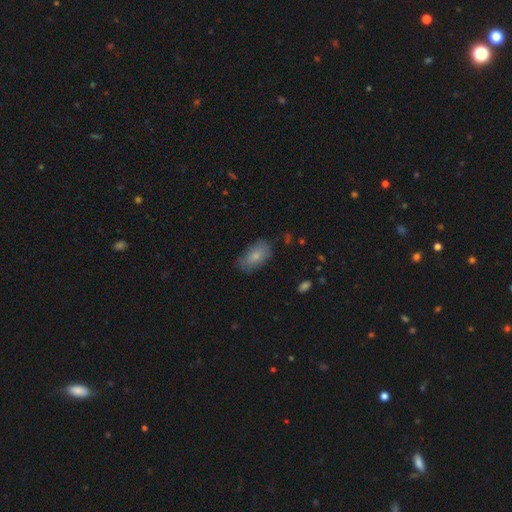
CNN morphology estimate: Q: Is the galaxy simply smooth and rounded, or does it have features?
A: smooth — 80%.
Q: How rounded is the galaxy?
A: in between — 92%.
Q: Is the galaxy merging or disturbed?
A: none — 68%.